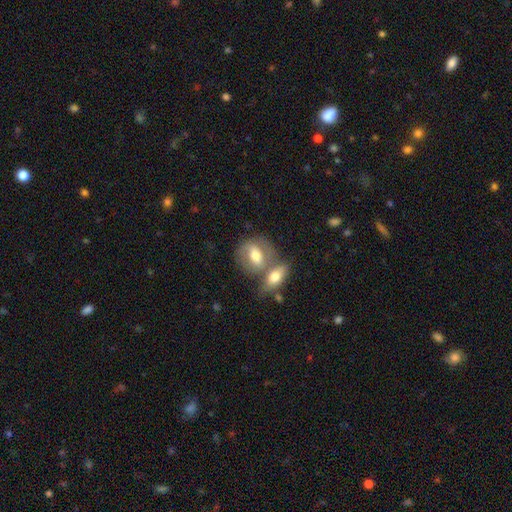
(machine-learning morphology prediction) smooth_or_featured: smooth (p=0.53) [alt: featured or disk p=0.41]
how_rounded: in between (p=0.57) [alt: round p=0.40]
merging: merger (p=0.47) [alt: none p=0.36]